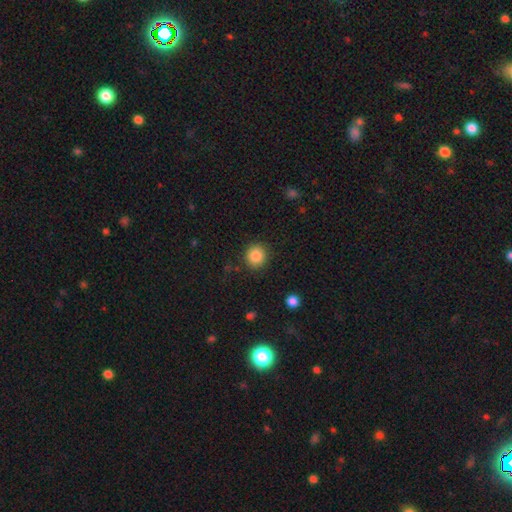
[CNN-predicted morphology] Smooth or featured? Predicted: smooth (p=0.86). How rounded? Predicted: round (p=0.89). Merging? Predicted: none (p=0.89).